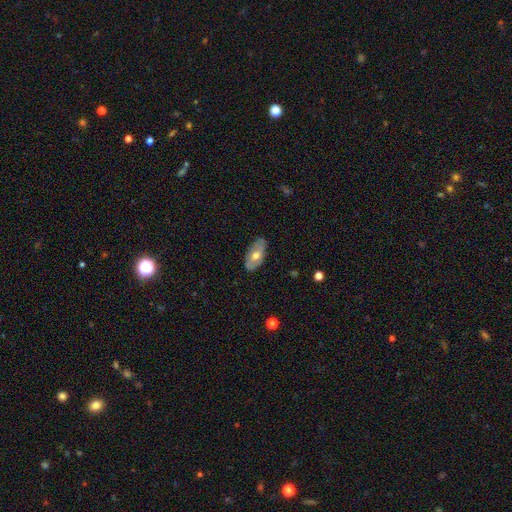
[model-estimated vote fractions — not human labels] Smooth or featured? Predicted: smooth (p=0.52). How rounded? Predicted: in between (p=0.92). Merging? Predicted: none (p=0.79).